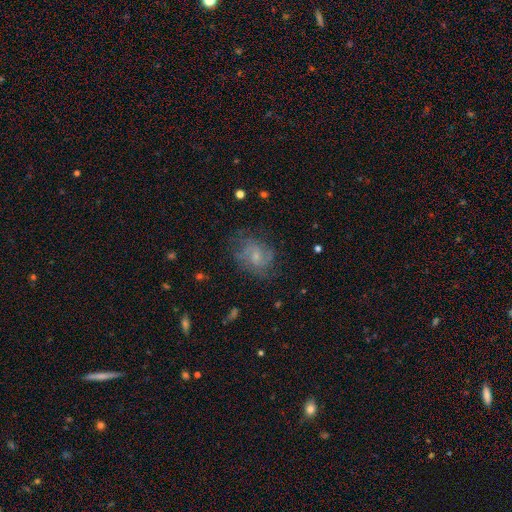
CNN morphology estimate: type=featured or disk (63%); edge-on=no (97%); bar=no (57%); spiral arms=yes (83%); winding=medium (45%); arm count=2 (42%); bulge=small (61%); merging=none (66%).